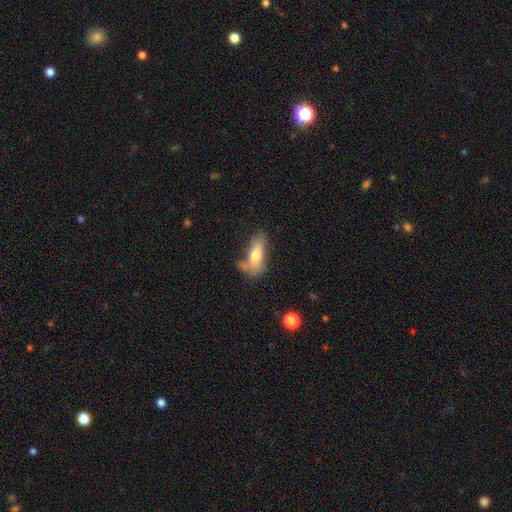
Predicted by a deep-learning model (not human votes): The model was most divided on "merging": none: 39%, minor disturbance: 28%, major disturbance: 19%, merger: 13%. More confident: how rounded — in between (72%); smooth or featured — smooth (67%).